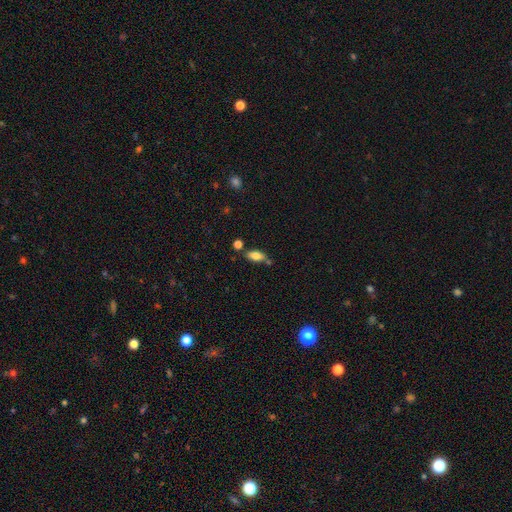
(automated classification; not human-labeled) smooth 80%, featured or disk 12%, star or artifact 8%. Down the decision tree: how rounded — in between (86%); merging — none (65%).